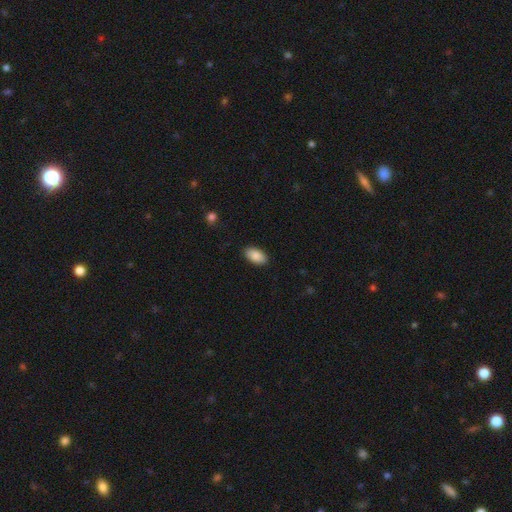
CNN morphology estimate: smooth 89%, star or artifact 6%, featured or disk 5%. Down the decision tree: how rounded — in between (95%); merging — none (89%).